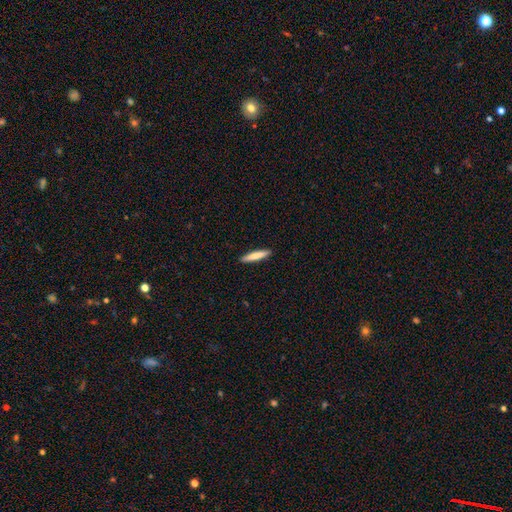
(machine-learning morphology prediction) Overall: smooth (77%). How rounded: cigar-shaped (92%). Merging: none (92%).